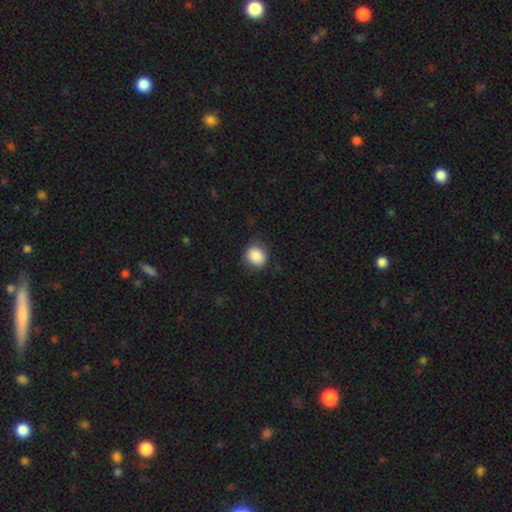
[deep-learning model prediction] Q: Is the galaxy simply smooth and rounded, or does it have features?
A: smooth — 88%.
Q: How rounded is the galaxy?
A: round — 68%.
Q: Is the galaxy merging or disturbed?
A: none — 82%.